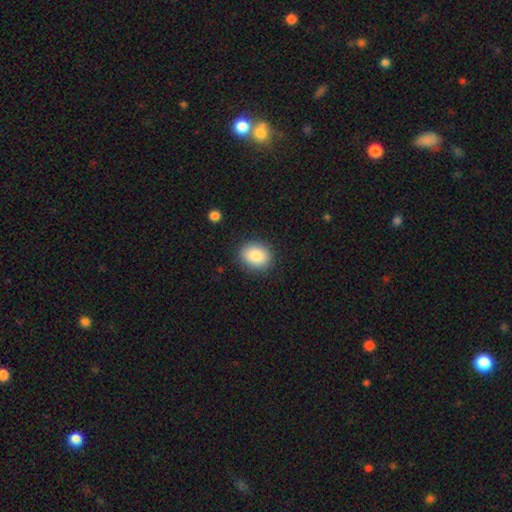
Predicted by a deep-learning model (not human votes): smooth-or-featured: smooth: 86% | star or artifact: 8% | featured or disk: 6%
  how-rounded: round: 55% | in between: 44% | cigar-shaped: 1%
  merging: none: 88% | minor disturbance: 9% | major disturbance: 3% | merger: 1%